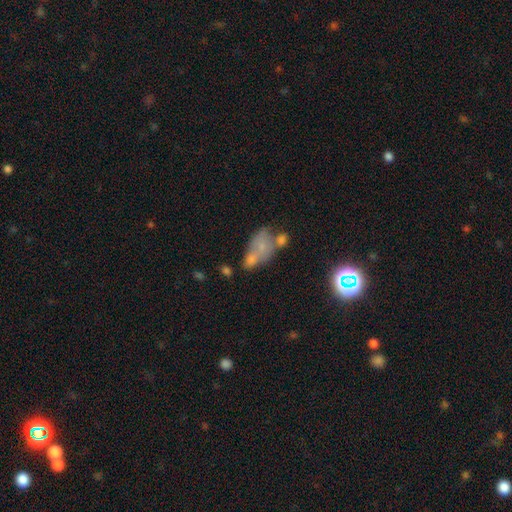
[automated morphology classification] A smooth galaxy with no disk features (45%). Merging: merger (44%).